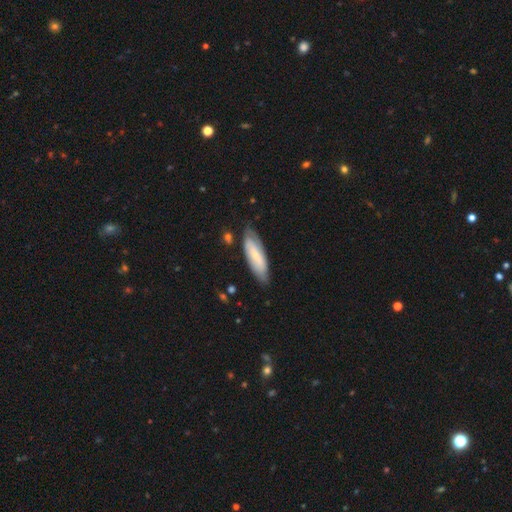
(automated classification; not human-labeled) Morphology: type=smooth (57%); roundness=in between (54%); merging=none (74%).